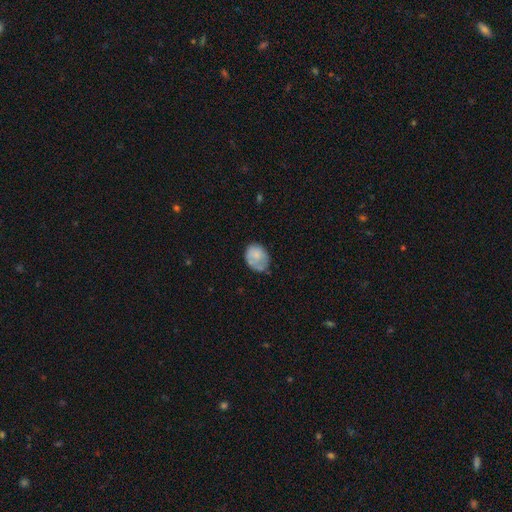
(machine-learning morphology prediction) Smooth or featured? Predicted: smooth (p=0.71). How rounded? Predicted: in between (p=0.56). Merging? Predicted: none (p=0.52).